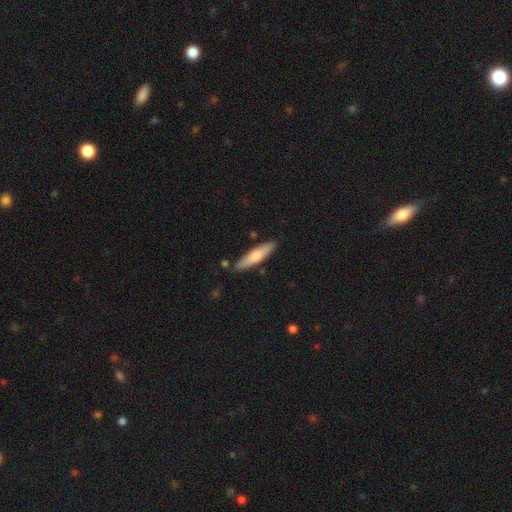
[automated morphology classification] Smooth or featured? Predicted: smooth (p=0.67). How rounded? Predicted: cigar-shaped (p=0.80). Merging? Predicted: none (p=0.85).